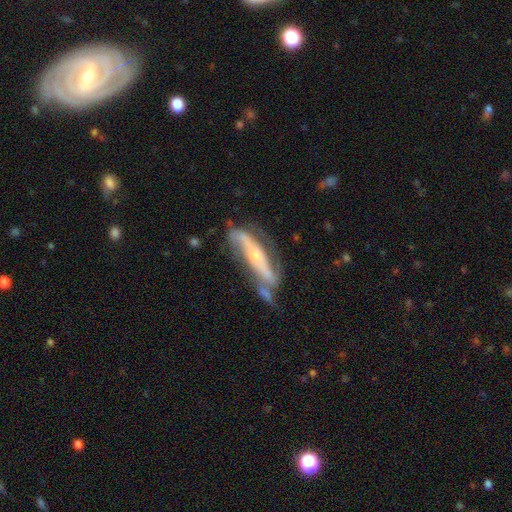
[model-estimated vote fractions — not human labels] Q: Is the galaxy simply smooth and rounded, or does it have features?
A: featured or disk — 78%.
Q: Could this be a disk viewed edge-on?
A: no — 65%.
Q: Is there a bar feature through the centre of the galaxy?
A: no — 40%, tied with strong.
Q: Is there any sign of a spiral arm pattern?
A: yes — 82%.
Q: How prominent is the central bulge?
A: small — 59%.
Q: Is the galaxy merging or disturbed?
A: none — 44%.